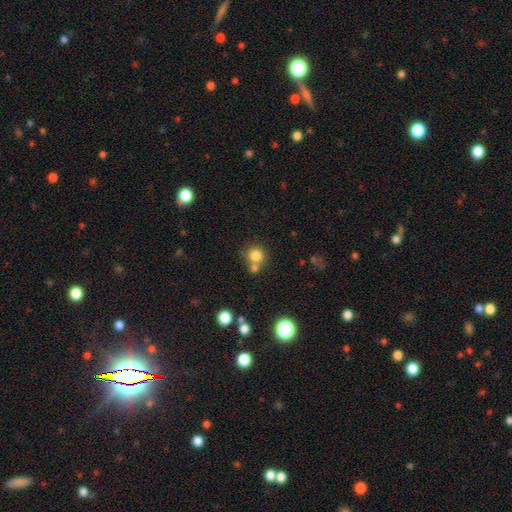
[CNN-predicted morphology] A smooth galaxy with no disk features (79%) that is round (91%). Merging: none (57%).